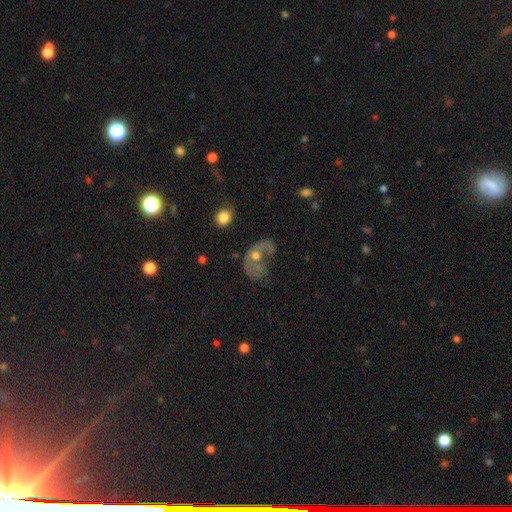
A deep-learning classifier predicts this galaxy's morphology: This appears to be a featured or disk galaxy (57%) with no bar (85%), no spiral arms (56%) and a moderate central bulge (54%). Merging: major disturbance (52%).